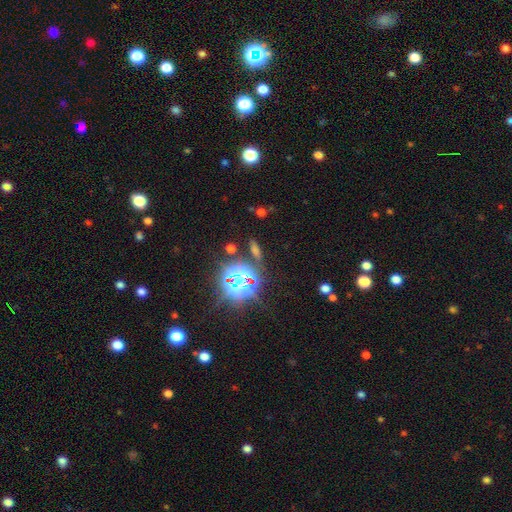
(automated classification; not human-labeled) The model was most divided on "smooth or featured": star or artifact: 69%, smooth: 18%, featured or disk: 13%.